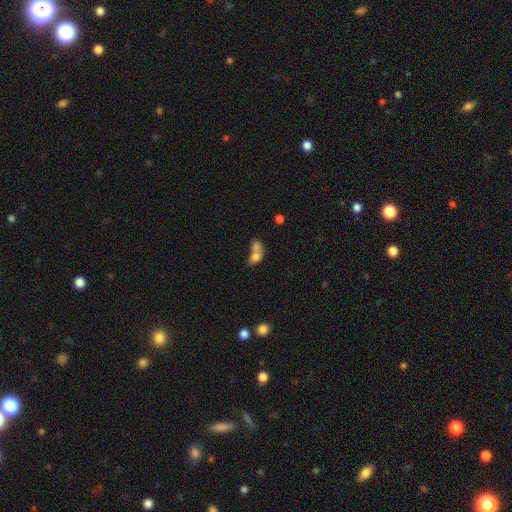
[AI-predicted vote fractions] Morphology: type=smooth (72%); roundness=in between (68%); merging=merger (70%).